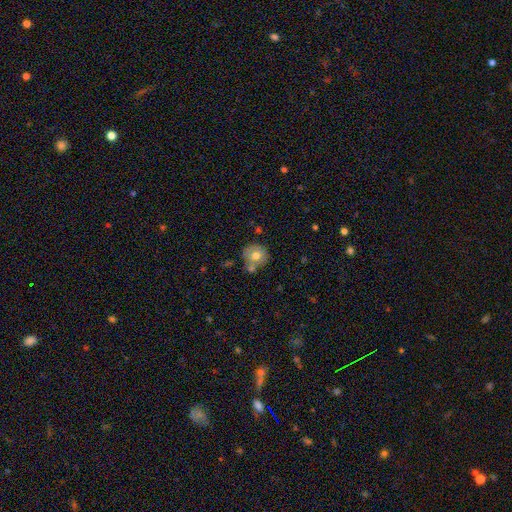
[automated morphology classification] type=smooth (72%); roundness=round (87%); merging=none (61%).